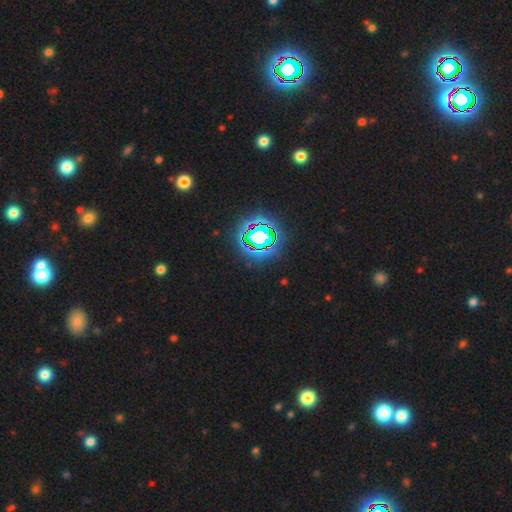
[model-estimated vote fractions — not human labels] Smooth or featured? star or artifact (80%)